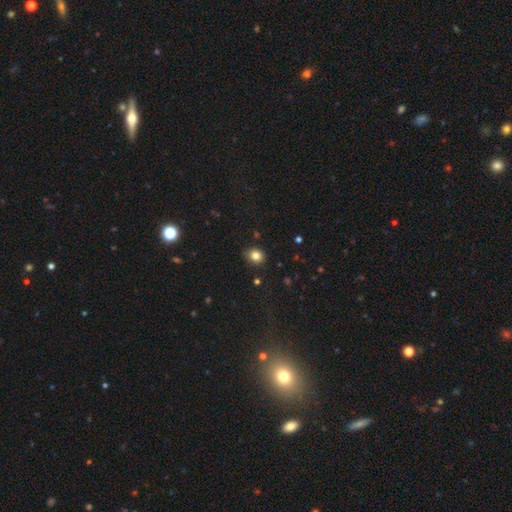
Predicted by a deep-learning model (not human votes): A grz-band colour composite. It shows a smooth galaxy with no disk features (82%) that is round (67%). Merging: none (85%).